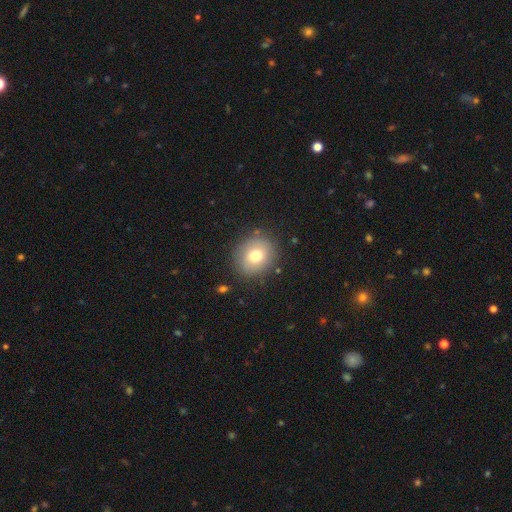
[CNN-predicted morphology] smooth-or-featured: smooth: 74% | featured or disk: 16% | star or artifact: 10%
  how-rounded: round: 72% | in between: 27% | cigar-shaped: 1%
  merging: none: 83% | minor disturbance: 11% | major disturbance: 4% | merger: 2%